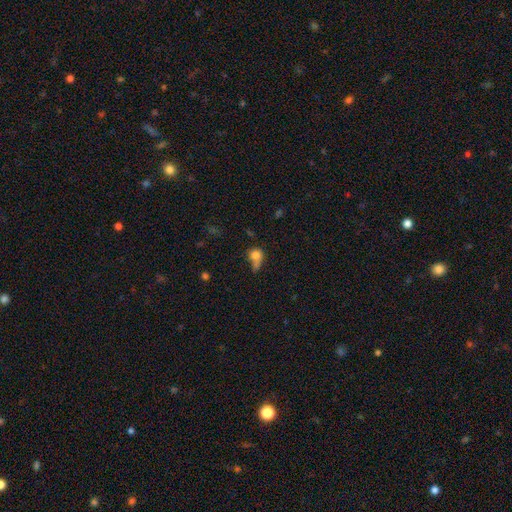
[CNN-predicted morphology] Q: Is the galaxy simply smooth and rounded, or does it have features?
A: smooth — 74%.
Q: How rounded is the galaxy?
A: round — 66%.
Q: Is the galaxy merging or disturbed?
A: none — 34%.